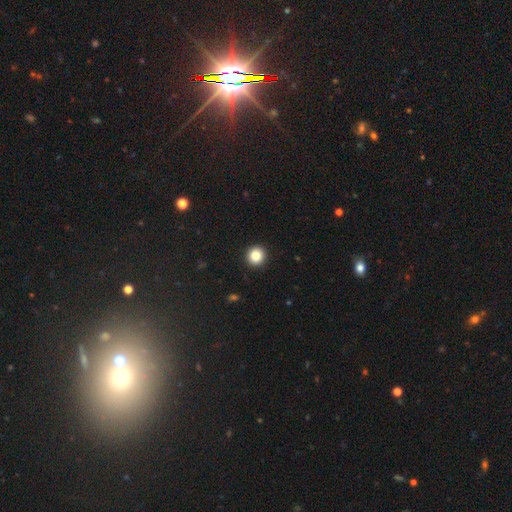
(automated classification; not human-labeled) smooth 85%, star or artifact 10%, featured or disk 5%. Down the decision tree: how rounded — round (94%); merging — none (93%).